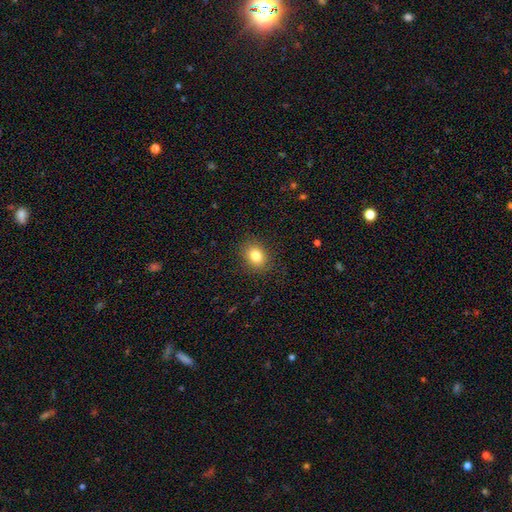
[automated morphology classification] A smooth galaxy with no disk features (82%) that is in between round and cigar-shaped (53%). Merging: none (88%).